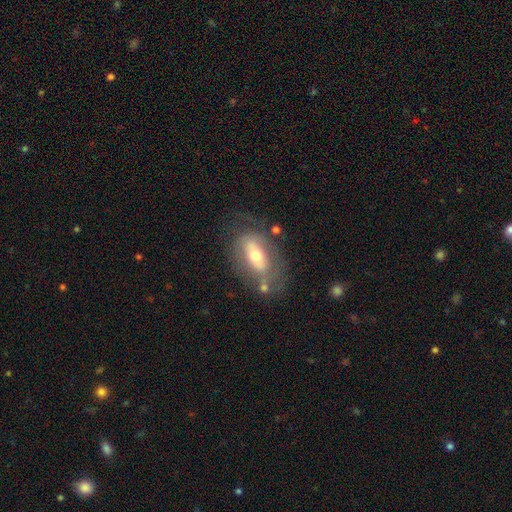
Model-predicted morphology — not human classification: Smooth or featured?
  - featured or disk: 54% *
  - smooth: 38%
  - star or artifact: 8%
Edge-on disk?
  - no: 85% *
  - yes: 15%
Merging?
  - none: 55% *
  - minor disturbance: 22%
  - major disturbance: 15%
  - merger: 8%